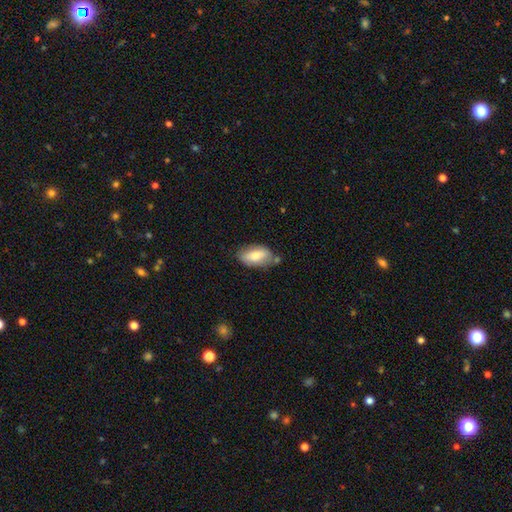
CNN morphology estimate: Q: Smooth or featured?
A: smooth (71%); runner-up: featured or disk (22%)
Q: How rounded?
A: in between (90%); runner-up: cigar-shaped (6%)
Q: Merging?
A: none (68%); runner-up: minor disturbance (21%)